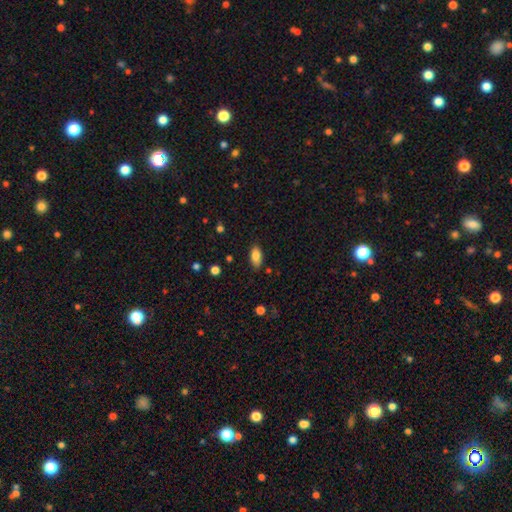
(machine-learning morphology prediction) A smooth galaxy with no disk features (84%) that is in between round and cigar-shaped (90%).

Vote fractions:
- Smooth or featured? smooth: 84% / featured or disk: 8% / star or artifact: 8%
- How rounded? in between: 90% / cigar-shaped: 7% / round: 3%
- Merging? none: 81% / minor disturbance: 15% / major disturbance: 3% / merger: 2%